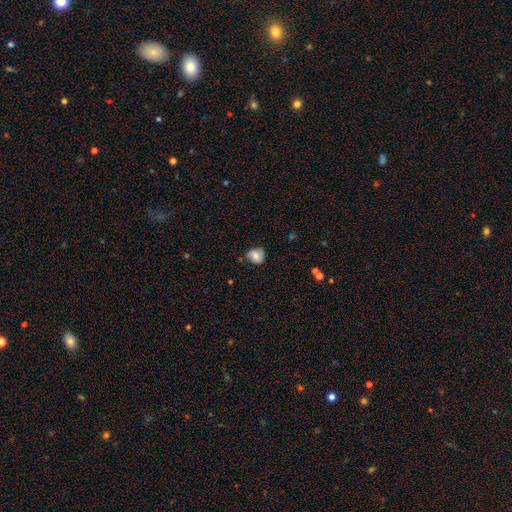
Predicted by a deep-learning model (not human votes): Smooth or featured? smooth (54%)
How rounded? round (66%)
Merging? none (62%)